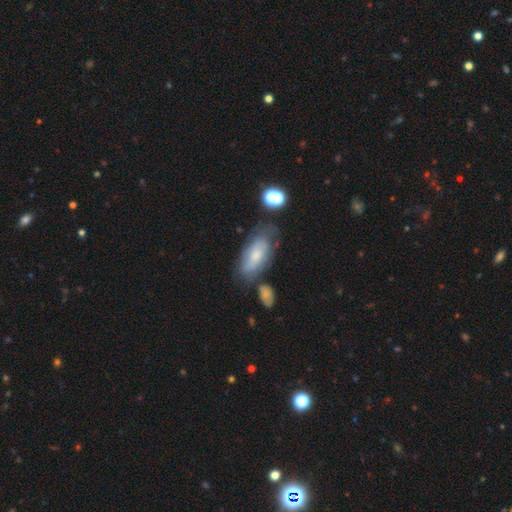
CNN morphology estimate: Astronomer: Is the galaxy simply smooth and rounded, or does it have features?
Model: smooth — 57% (runner-up: featured or disk, 34%).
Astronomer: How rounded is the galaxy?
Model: in between — 86%.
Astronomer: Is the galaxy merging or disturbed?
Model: none — 54%.